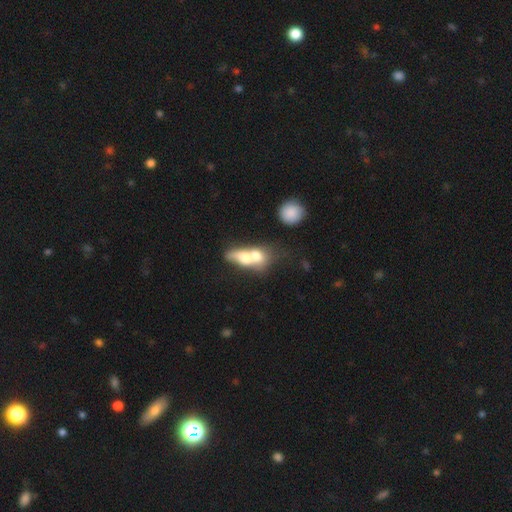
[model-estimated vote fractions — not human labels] Smooth or featured?
  - smooth: 62% *
  - featured or disk: 30%
  - star or artifact: 8%
How rounded?
  - in between: 61% *
  - round: 26%
  - cigar-shaped: 13%
Merging?
  - merger: 77% *
  - none: 11%
  - major disturbance: 7%
  - minor disturbance: 5%